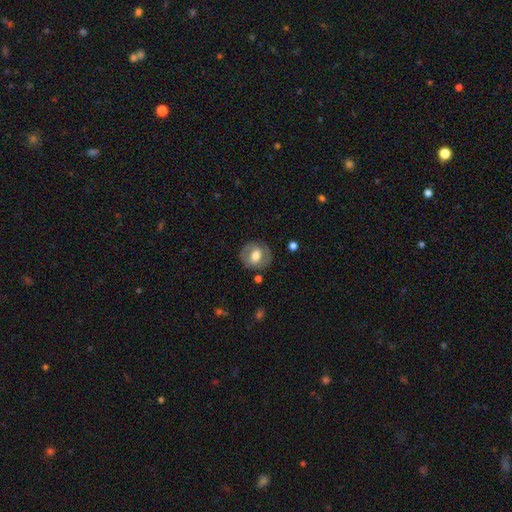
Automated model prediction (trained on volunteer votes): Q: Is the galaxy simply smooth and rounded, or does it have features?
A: smooth — 54%.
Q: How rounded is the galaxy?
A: round — 76%.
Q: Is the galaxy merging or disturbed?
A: none — 80%.